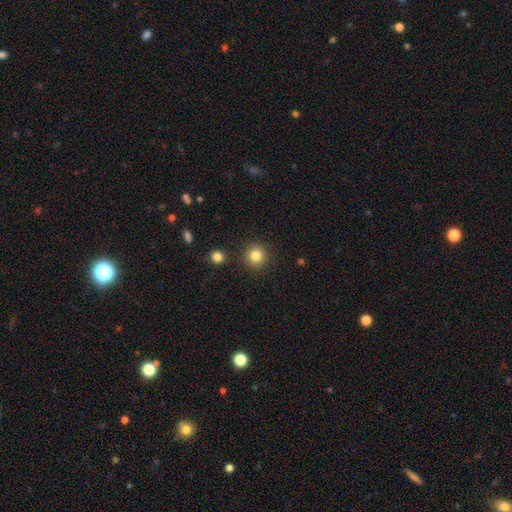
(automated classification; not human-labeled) Overall: smooth (83%). How rounded: round (94%). Merging: none (89%).